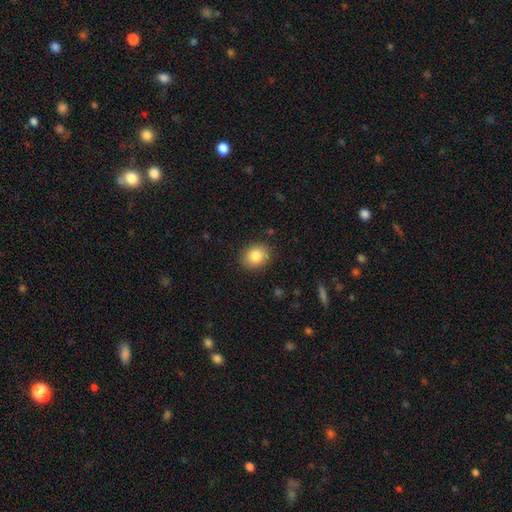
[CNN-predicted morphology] smooth 84%, star or artifact 9%, featured or disk 7%. Down the decision tree: how rounded — round (60%); merging — none (88%).